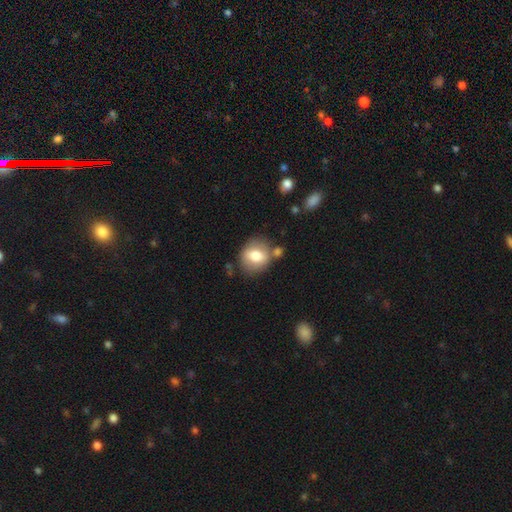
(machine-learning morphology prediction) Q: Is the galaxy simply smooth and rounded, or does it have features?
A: smooth — 71%.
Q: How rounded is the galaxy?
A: round — 63%.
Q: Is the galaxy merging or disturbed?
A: none — 66%.